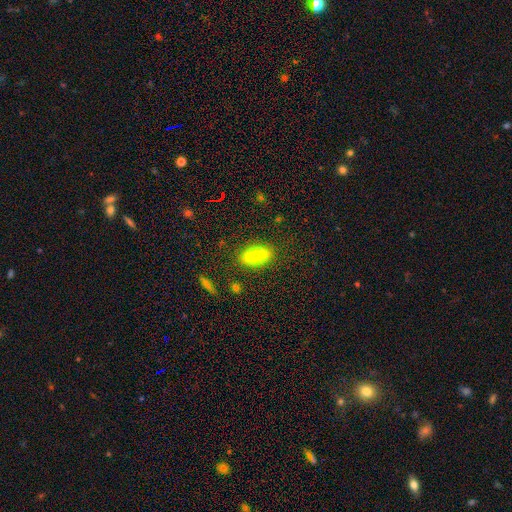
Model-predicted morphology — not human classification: Smooth or featured?
  - smooth: 74% *
  - featured or disk: 18%
  - star or artifact: 9%
How rounded?
  - in between: 78% *
  - cigar-shaped: 18%
  - round: 4%
Merging?
  - none: 85% *
  - minor disturbance: 10%
  - major disturbance: 3%
  - merger: 2%